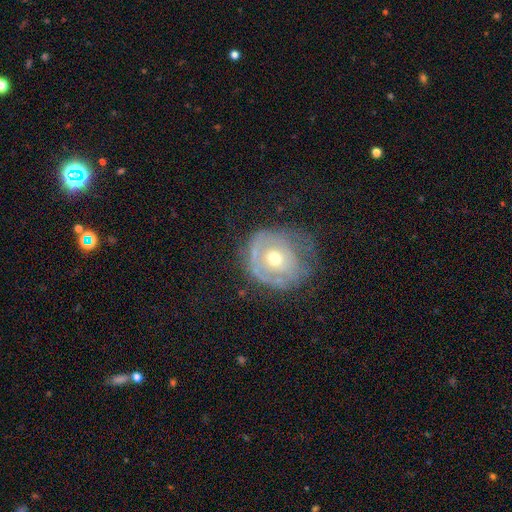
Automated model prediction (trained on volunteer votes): A featured or disk galaxy (58%) with no bar (86%), no spiral arms (57%) and a moderate central bulge (69%). Merging: none (50%).